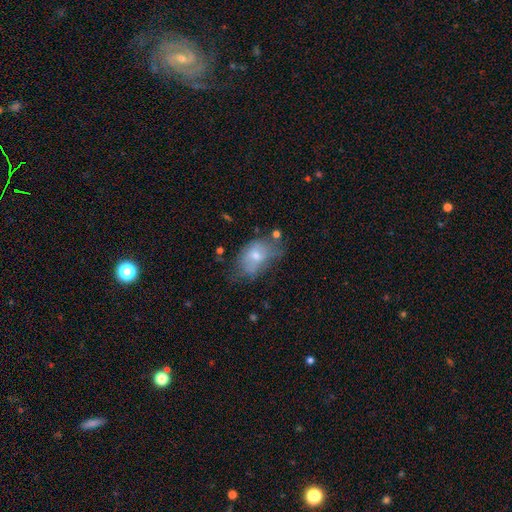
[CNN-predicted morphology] smooth 62%, featured or disk 29%, star or artifact 9%. Down the decision tree: how rounded — in between (85%); merging — none (35%).